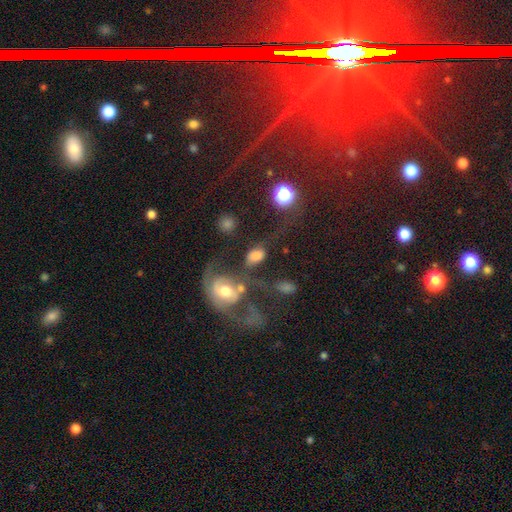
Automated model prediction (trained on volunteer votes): The model was most divided on "merging": none: 31%, merger: 30%, major disturbance: 23%, minor disturbance: 16%. More confident: how rounded — in between (75%); smooth or featured — smooth (57%).